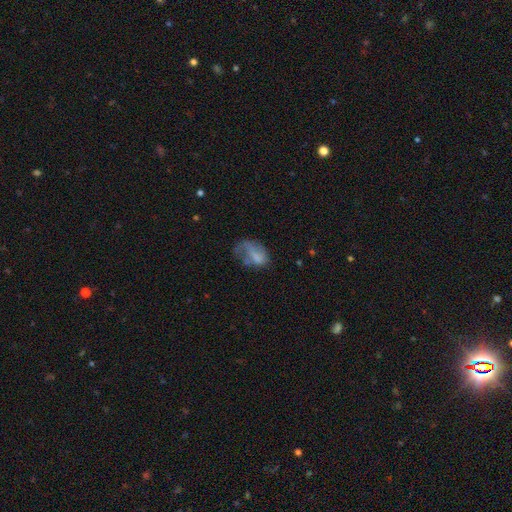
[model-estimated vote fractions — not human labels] smooth 60%, featured or disk 29%, star or artifact 11%. Down the decision tree: how rounded — in between (86%); merging — major disturbance (44%).